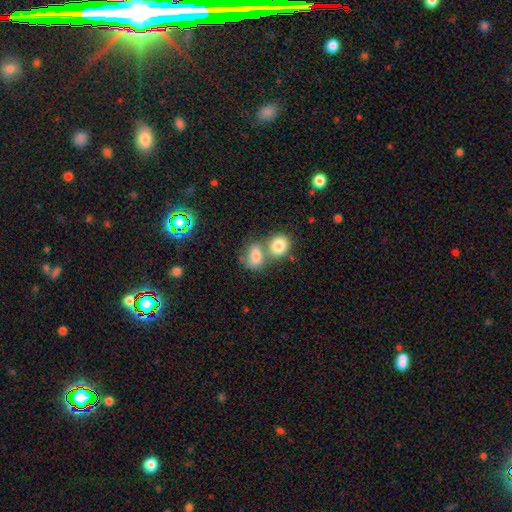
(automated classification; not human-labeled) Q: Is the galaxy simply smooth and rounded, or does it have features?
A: smooth — 75%.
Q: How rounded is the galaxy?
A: in between — 62%.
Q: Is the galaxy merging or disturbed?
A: merger — 55%.